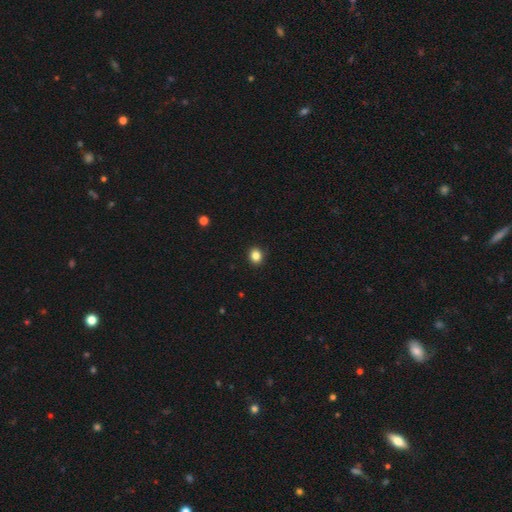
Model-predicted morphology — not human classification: This is clearly a smooth galaxy (85%). How rounded: likely round (66%). Merging: clearly none (91%).